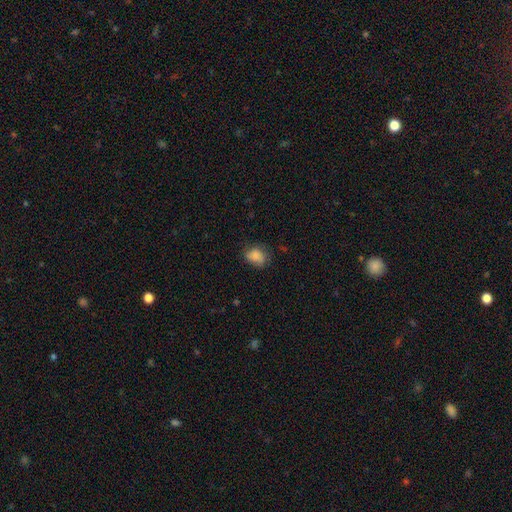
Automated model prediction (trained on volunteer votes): A smooth galaxy with no disk features (79%) that is in between round and cigar-shaped (59%). Merging: none (57%).